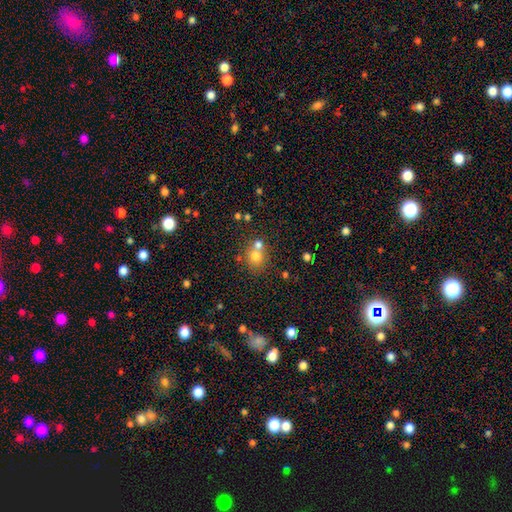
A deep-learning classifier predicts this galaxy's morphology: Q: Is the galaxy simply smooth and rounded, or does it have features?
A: smooth — 74%.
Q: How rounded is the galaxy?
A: round — 81%.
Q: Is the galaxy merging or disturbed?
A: none — 49%.